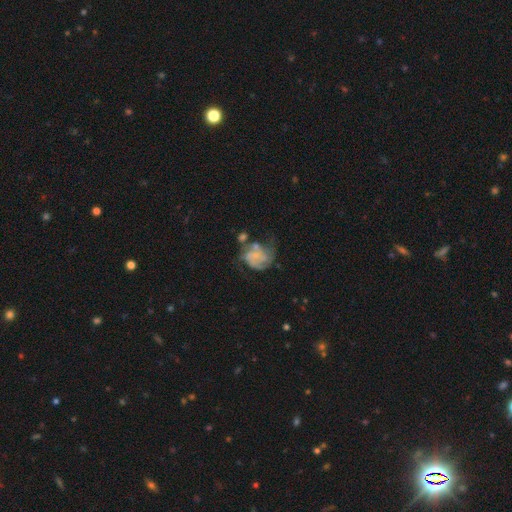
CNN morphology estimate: Smooth or featured?
  - featured or disk: 65% *
  - smooth: 26%
  - star or artifact: 9%
Edge-on disk?
  - no: 98% *
  - yes: 2%
Bar?
  - no: 69% *
  - weak: 27%
  - strong: 5%
Spiral arms?
  - yes: 76% *
  - no: 24%
Bulge size?
  - small: 54% *
  - none: 28%
  - moderate: 15%
  - large: 2%
  - dominant: 1%
Merging?
  - none: 33% *
  - major disturbance: 28%
  - minor disturbance: 24%
  - merger: 15%